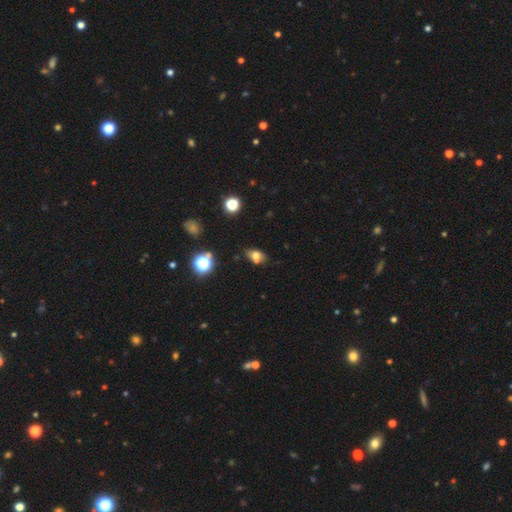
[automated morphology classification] A smooth galaxy with no disk features (68%) that is in between round and cigar-shaped (72%).

Vote fractions:
- Smooth or featured? smooth: 68% / featured or disk: 16% / star or artifact: 16%
- How rounded? in between: 72% / round: 26% / cigar-shaped: 3%
- Merging? none: 53% / minor disturbance: 21% / merger: 20% / major disturbance: 6%